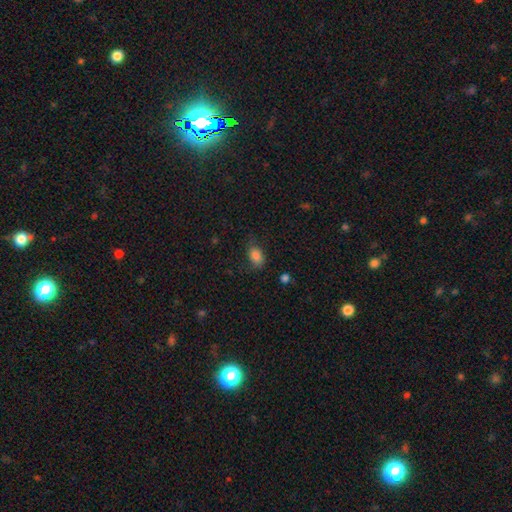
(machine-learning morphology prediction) A smooth galaxy with no disk features (85%) that is in between round and cigar-shaped (85%). Merging: none (68%).